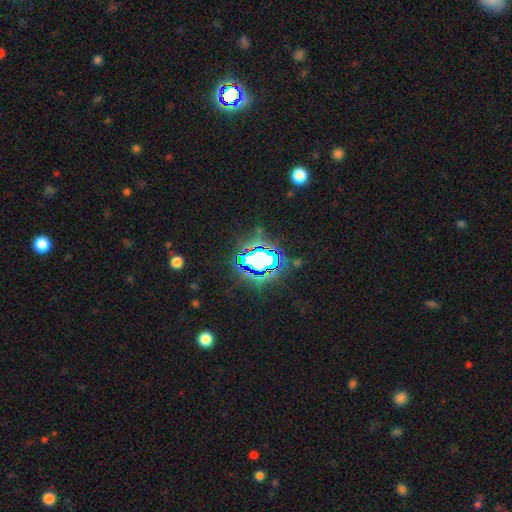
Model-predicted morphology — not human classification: Q: Smooth or featured?
A: star or artifact (82%); runner-up: smooth (11%)